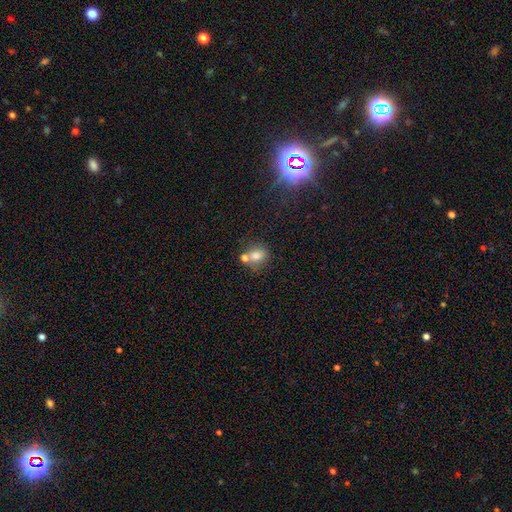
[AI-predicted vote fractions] Smooth or featured? smooth (76%)
How rounded? round (67%)
Merging? none (56%)